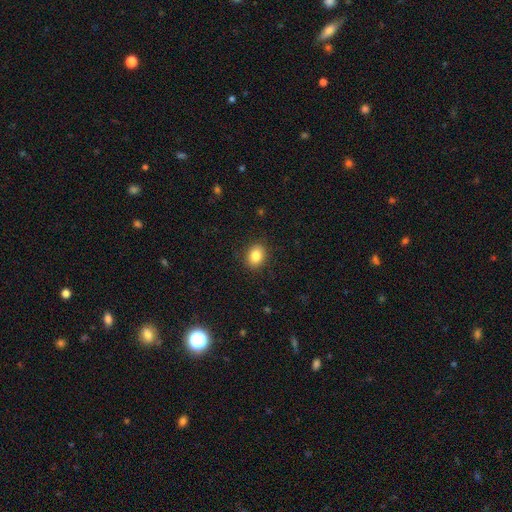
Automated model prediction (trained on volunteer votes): smooth 84%, star or artifact 9%, featured or disk 7%. Down the decision tree: how rounded — in between (55%); merging — none (89%).